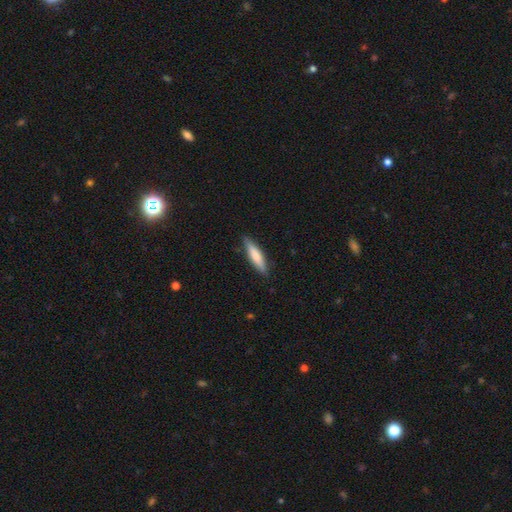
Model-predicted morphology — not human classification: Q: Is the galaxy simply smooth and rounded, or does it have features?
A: smooth — 72%.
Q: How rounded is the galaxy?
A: cigar-shaped — 80%.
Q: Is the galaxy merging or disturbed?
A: none — 87%.